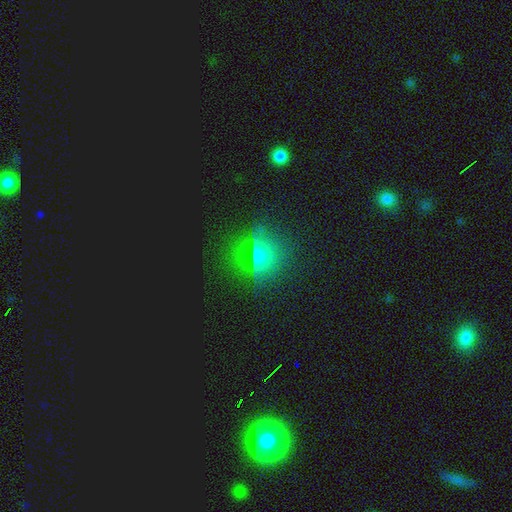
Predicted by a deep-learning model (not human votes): Smooth or featured: smooth — 53% (star or artifact — 33%)
How rounded: round — 72% (in between — 24%)
Merging: none — 79% (minor disturbance — 12%)